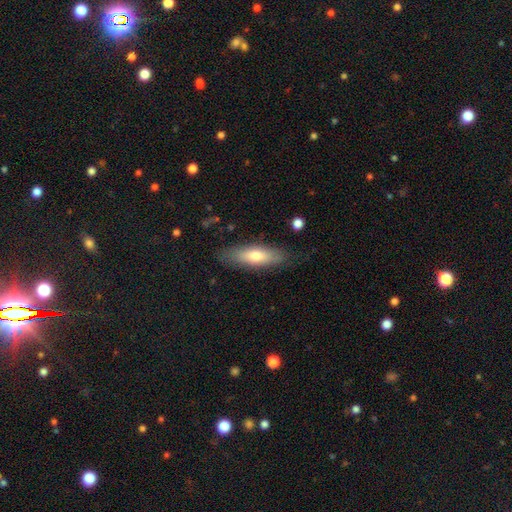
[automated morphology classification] smooth-or-featured: smooth: 69% | featured or disk: 25% | star or artifact: 6%
  how-rounded: cigar-shaped: 50% | in between: 48% | round: 2%
  merging: none: 82% | minor disturbance: 13% | major disturbance: 3% | merger: 1%